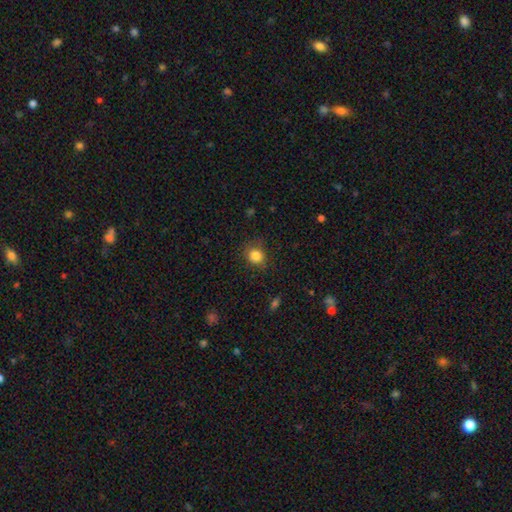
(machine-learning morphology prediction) A smooth galaxy with no disk features (84%) that is round (73%). Merging: none (79%).